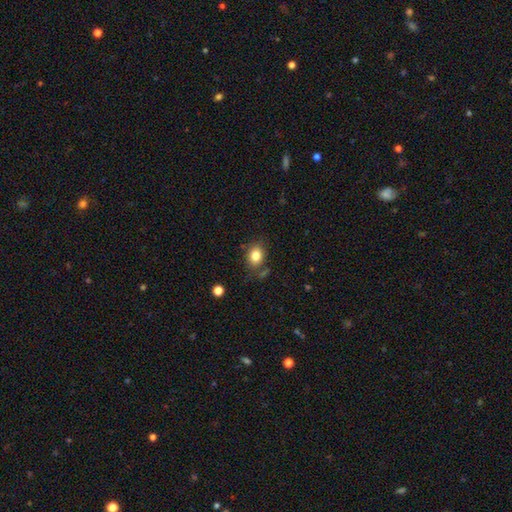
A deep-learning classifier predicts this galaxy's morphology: Q: Smooth or featured?
A: smooth (82%); runner-up: star or artifact (10%)
Q: How rounded?
A: in between (54%); runner-up: round (45%)
Q: Merging?
A: none (74%); runner-up: minor disturbance (15%)